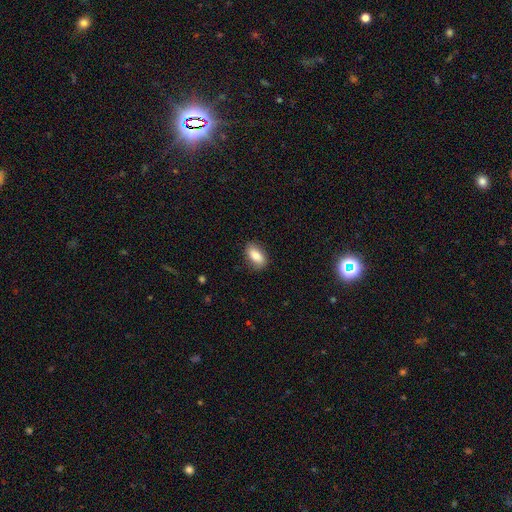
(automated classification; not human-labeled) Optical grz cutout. It shows a smooth galaxy with no disk features (83%) that is in between round and cigar-shaped (89%). Merging: none (85%).